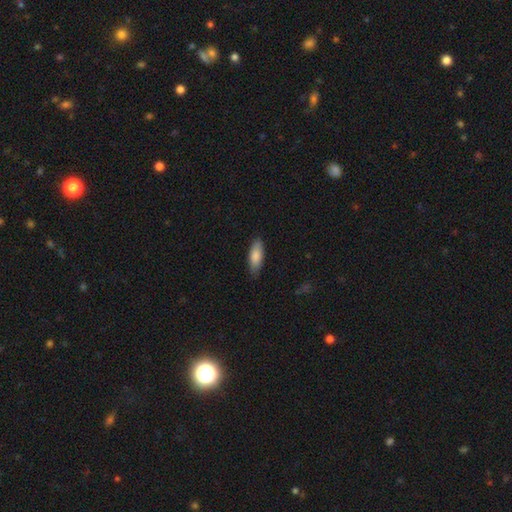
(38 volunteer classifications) smooth-or-featured: smooth: 92% | featured or disk: 5% | star or artifact: 3%
  how-rounded: in between: 60% | cigar-shaped: 40% | round: 0%
  merging: none: 89% | minor disturbance: 8% | major disturbance: 3% | merger: 0%